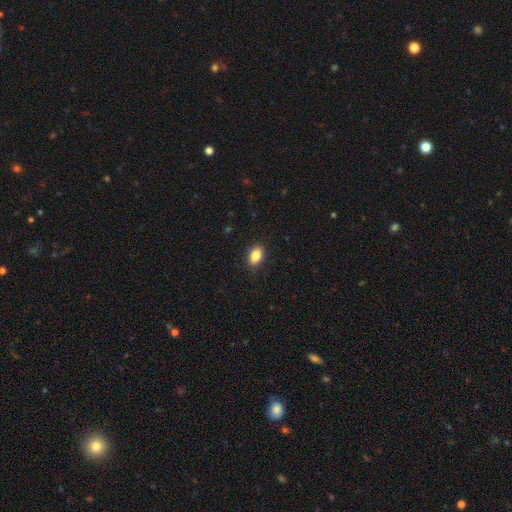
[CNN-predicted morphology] This is clearly a smooth galaxy (86%). How rounded: clearly in between (85%). Merging: clearly none (88%).